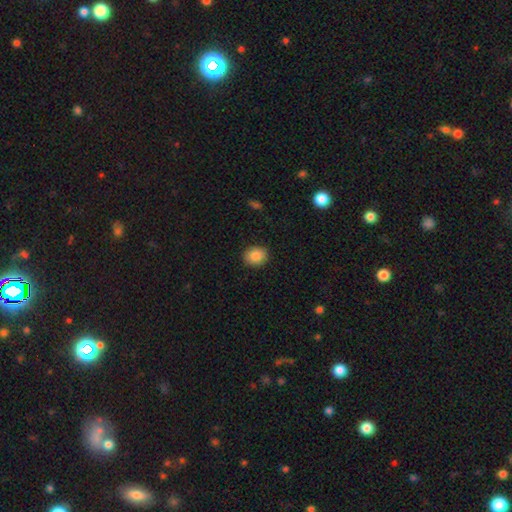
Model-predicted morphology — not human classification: This appears to be a smooth galaxy with no disk features (86%) that is round (65%). Merging: none (90%).